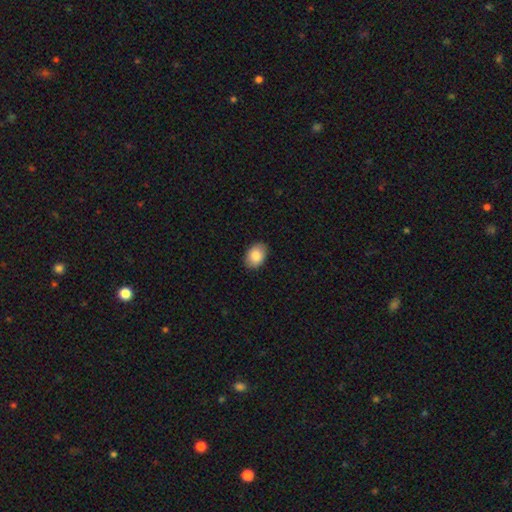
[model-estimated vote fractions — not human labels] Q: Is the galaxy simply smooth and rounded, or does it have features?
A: smooth — 85%.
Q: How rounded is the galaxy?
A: in between — 79%.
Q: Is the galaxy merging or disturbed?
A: none — 89%.